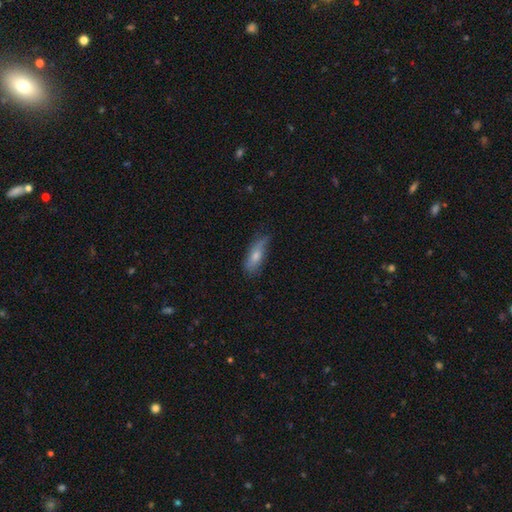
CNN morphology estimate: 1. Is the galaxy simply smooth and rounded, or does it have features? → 64% smooth, 29% featured or disk, 7% star or artifact.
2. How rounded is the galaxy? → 62% in between, 35% cigar-shaped, 3% round.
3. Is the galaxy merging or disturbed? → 56% none, 33% minor disturbance, 9% major disturbance, 2% merger.